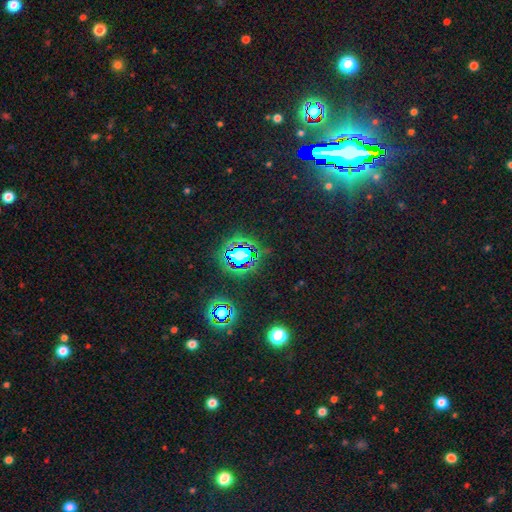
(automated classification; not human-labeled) Smooth or featured: star or artifact — 84% (smooth — 9%)